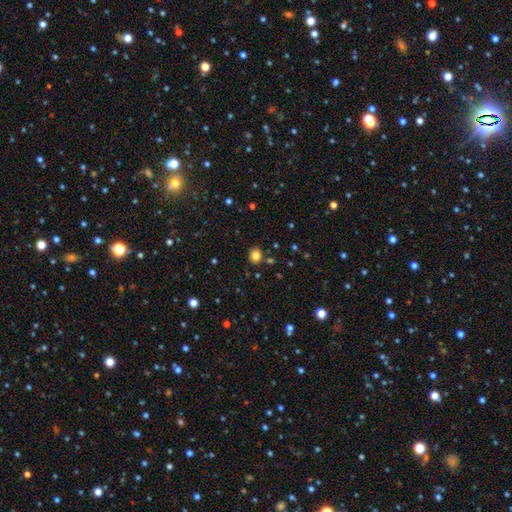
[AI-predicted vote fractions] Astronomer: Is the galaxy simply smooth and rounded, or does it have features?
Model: smooth — 82%.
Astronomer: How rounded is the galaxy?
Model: round — 67%.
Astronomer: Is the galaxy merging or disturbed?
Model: none — 85%.